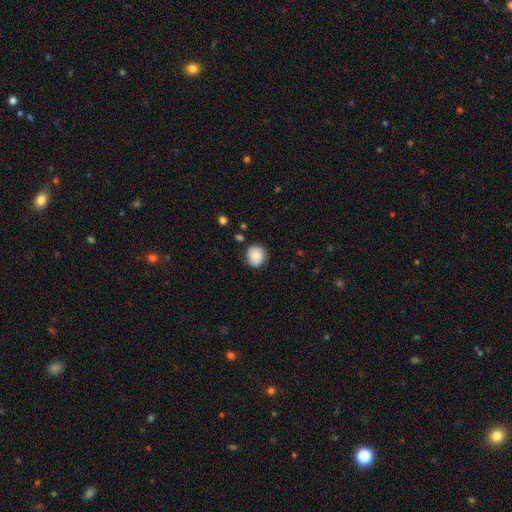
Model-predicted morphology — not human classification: Smooth or featured: smooth — 79% (featured or disk — 13%)
How rounded: round — 80% (in between — 19%)
Merging: none — 79% (minor disturbance — 16%)